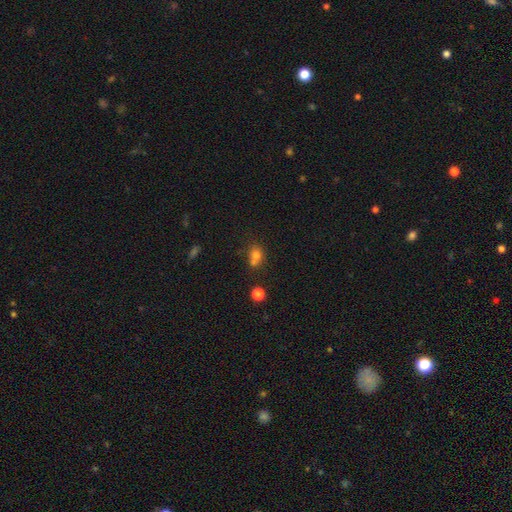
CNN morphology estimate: Overall: smooth (73%). How rounded: round (64%; in between 34%). Merging: none (42%; merger 41%).